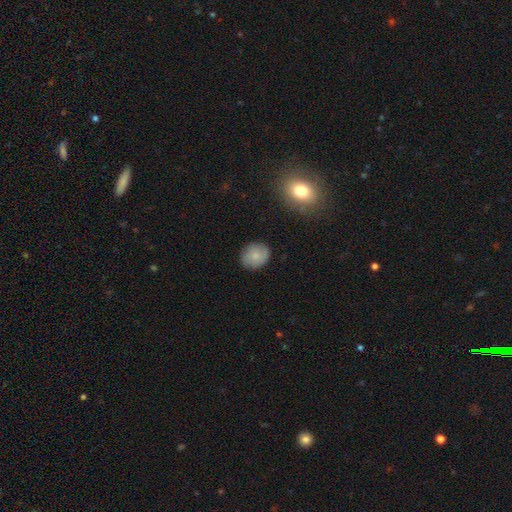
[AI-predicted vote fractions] This is likely a smooth galaxy (73%). How rounded: likely round (74%). Merging: clearly none (83%).